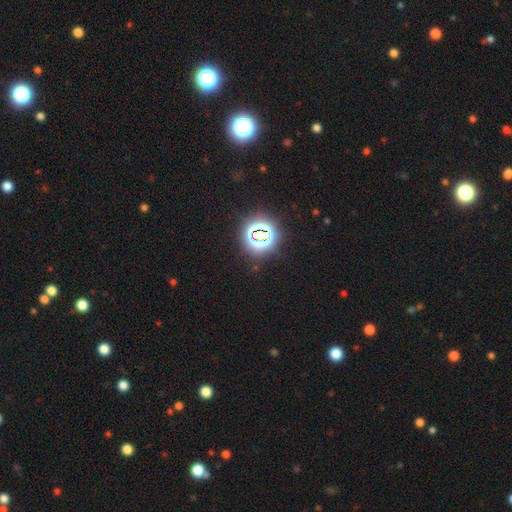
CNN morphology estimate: smooth-or-featured: star or artifact: 80% | smooth: 14% | featured or disk: 6%